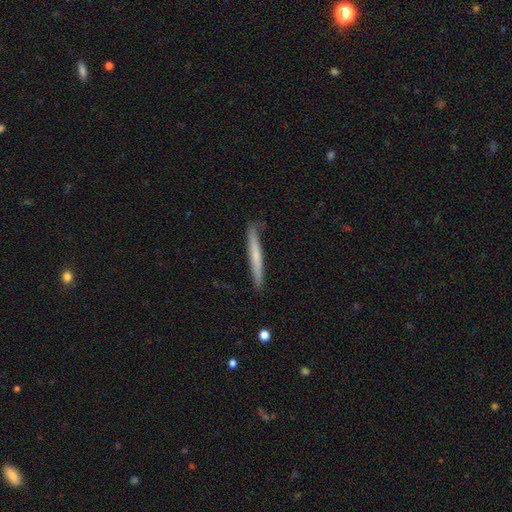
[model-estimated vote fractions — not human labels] smooth 58%, featured or disk 37%, star or artifact 5%. Down the decision tree: how rounded — cigar-shaped (97%); merging — none (84%).